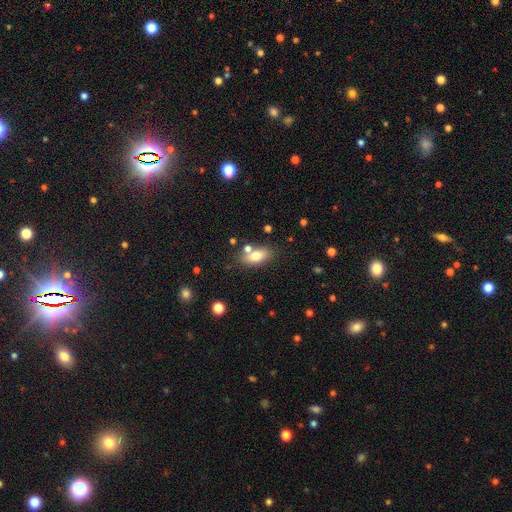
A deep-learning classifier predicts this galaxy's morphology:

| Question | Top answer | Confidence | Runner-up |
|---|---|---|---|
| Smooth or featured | smooth | 73% | featured or disk (18%) |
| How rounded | in between | 86% | cigar-shaped (8%) |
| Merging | none | 69% | merger (14%) |